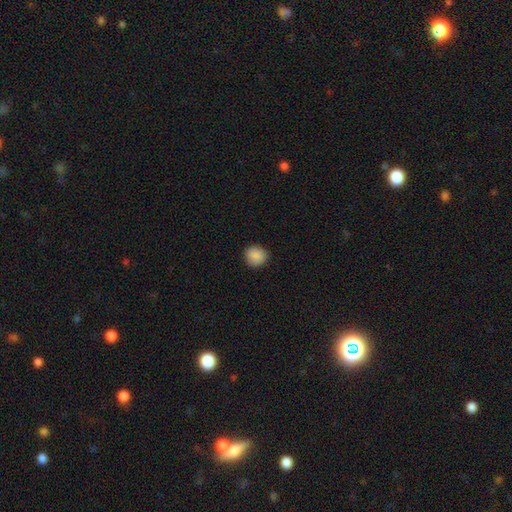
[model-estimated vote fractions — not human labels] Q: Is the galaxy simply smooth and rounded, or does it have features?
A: smooth — 89%.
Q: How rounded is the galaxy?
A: round — 89%.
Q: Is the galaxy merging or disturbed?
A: none — 89%.